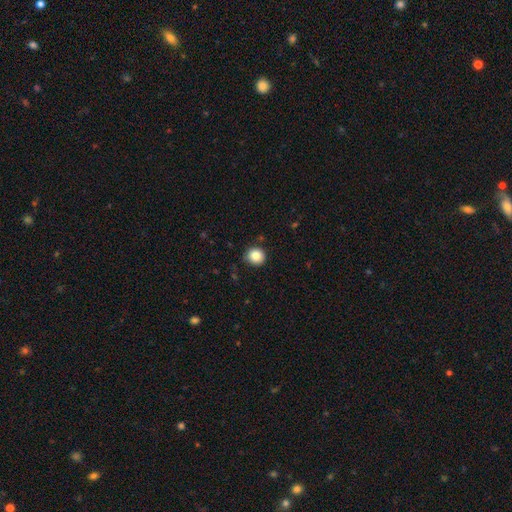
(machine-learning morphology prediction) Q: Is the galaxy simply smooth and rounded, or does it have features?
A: smooth — 86%.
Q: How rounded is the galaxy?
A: round — 91%.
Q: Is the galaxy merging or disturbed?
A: none — 85%.